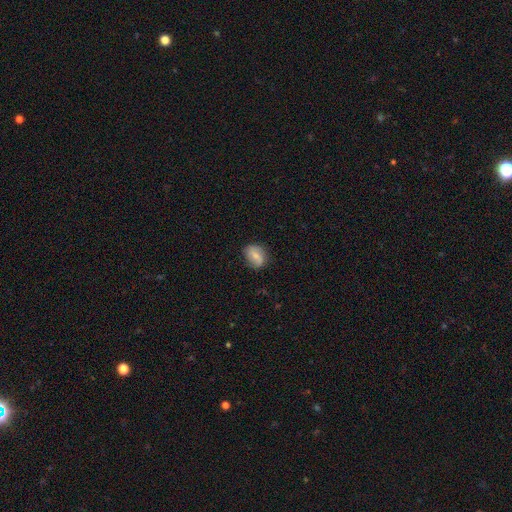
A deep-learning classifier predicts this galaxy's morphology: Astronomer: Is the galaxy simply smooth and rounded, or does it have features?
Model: smooth — 53% (runner-up: featured or disk, 39%).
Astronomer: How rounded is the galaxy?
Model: in between — 60% (runner-up: round, 38%).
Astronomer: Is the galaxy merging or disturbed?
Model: none — 74%.